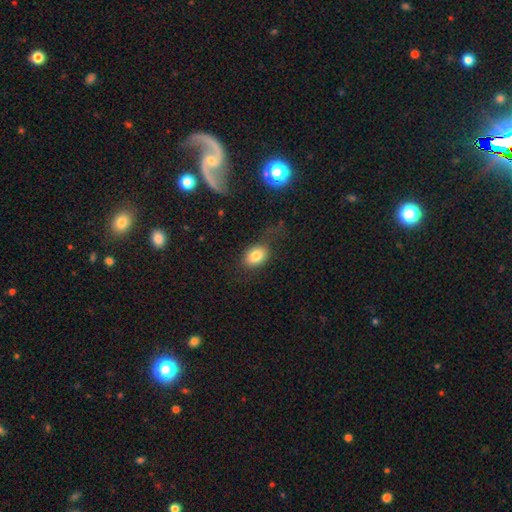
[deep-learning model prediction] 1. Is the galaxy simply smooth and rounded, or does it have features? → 82% smooth, 9% star or artifact, 9% featured or disk.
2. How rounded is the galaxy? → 74% in between, 25% round, 1% cigar-shaped.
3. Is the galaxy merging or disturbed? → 70% none, 18% minor disturbance, 10% major disturbance, 2% merger.